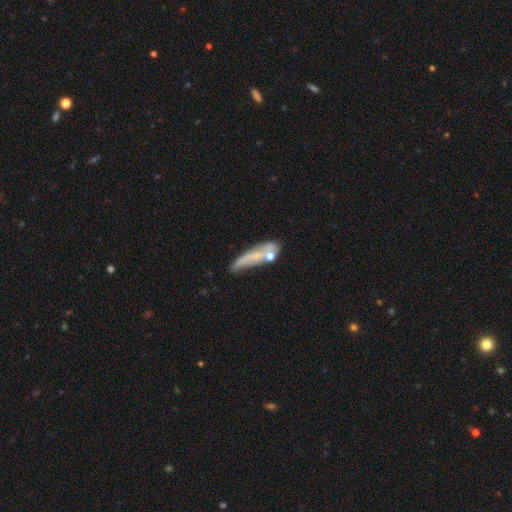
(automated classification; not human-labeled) smooth_or_featured: smooth (p=0.46) [alt: featured or disk p=0.44]
merging: none (p=0.37) [alt: minor disturbance p=0.23]